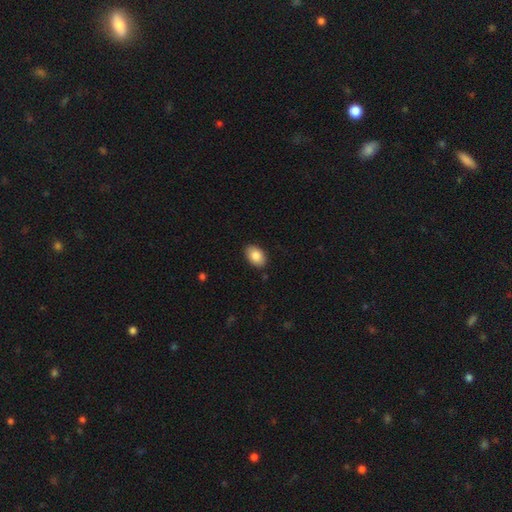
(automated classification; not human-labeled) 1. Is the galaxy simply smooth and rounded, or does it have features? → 87% smooth, 7% star or artifact, 7% featured or disk.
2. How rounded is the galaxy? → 87% in between, 12% round, 1% cigar-shaped.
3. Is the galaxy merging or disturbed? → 87% none, 10% minor disturbance, 2% major disturbance, 1% merger.